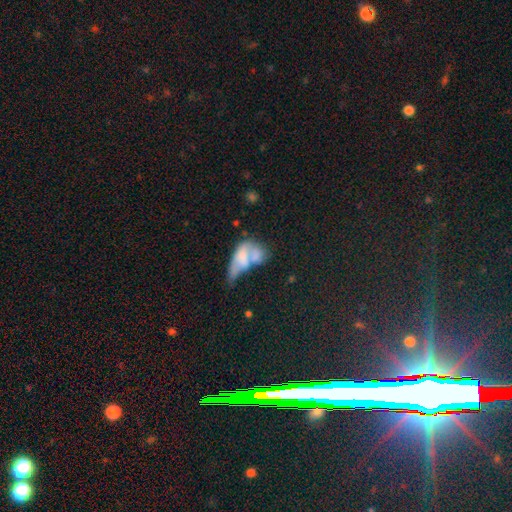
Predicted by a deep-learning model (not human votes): Smooth or featured? smooth (59%)
How rounded? in between (80%)
Merging? merger (58%)